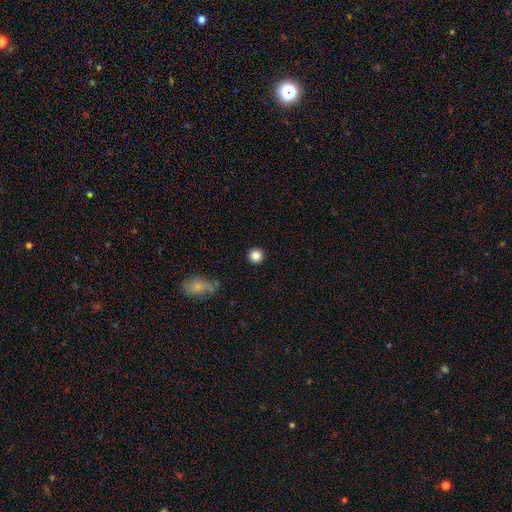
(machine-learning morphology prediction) Smooth or featured: smooth — 85% (star or artifact — 10%)
How rounded: round — 95% (in between — 4%)
Merging: none — 91% (minor disturbance — 5%)